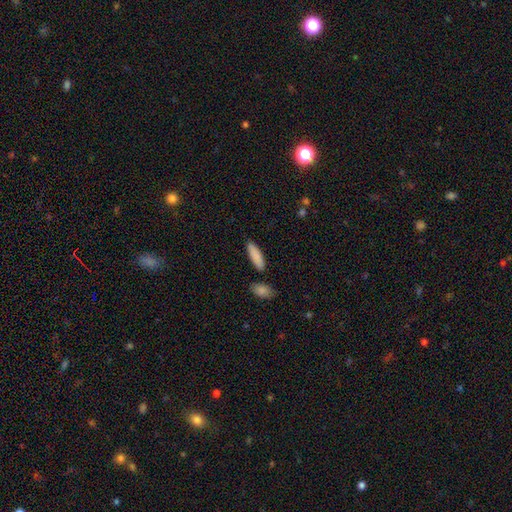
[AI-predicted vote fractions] Q: Smooth or featured?
A: smooth (88%); runner-up: featured or disk (7%)
Q: How rounded?
A: cigar-shaped (51%); runner-up: in between (47%)
Q: Merging?
A: none (84%); runner-up: minor disturbance (9%)